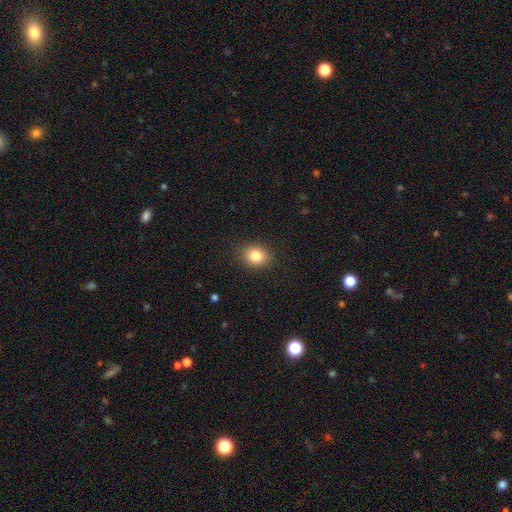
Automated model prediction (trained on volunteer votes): A smooth galaxy with no disk features (83%) that is round (62%). Merging: none (89%).